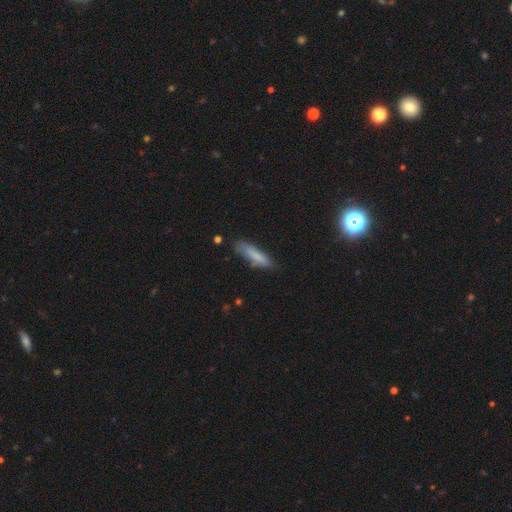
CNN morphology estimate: A smooth galaxy with no disk features (76%) that is cigar-shaped (71%). Merging: none (68%).